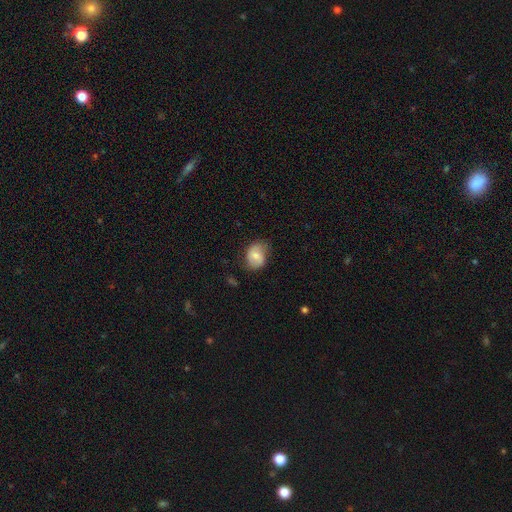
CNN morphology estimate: Smooth or featured? smooth (63%)
How rounded? in between (58%)
Merging? none (65%)